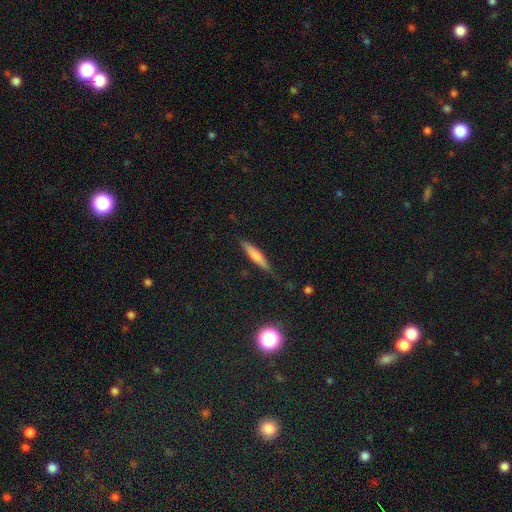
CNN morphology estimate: Smooth or featured? smooth (67%)
How rounded? cigar-shaped (84%)
Merging? none (76%)